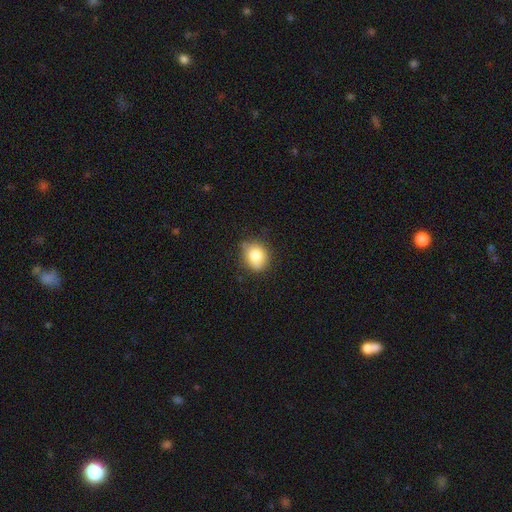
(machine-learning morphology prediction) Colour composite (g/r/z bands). It shows a smooth galaxy with no disk features (82%) that is round (69%). Merging: none (73%).